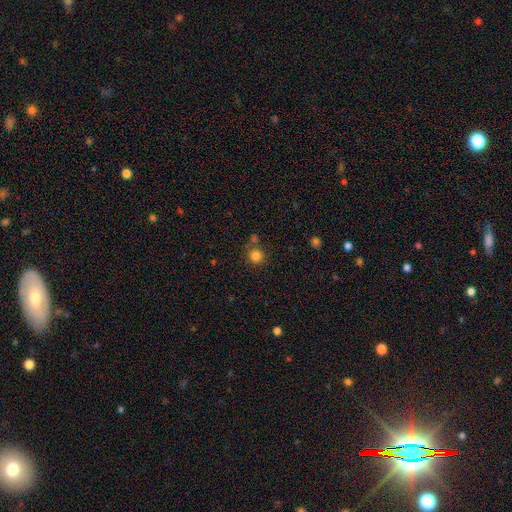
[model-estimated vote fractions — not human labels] A smooth galaxy with no disk features (82%) that is round (93%).

Vote fractions:
- Smooth or featured? smooth: 82% / star or artifact: 13% / featured or disk: 5%
- How rounded? round: 93% / in between: 6% / cigar-shaped: 1%
- Merging? none: 71% / merger: 15% / minor disturbance: 10% / major disturbance: 4%